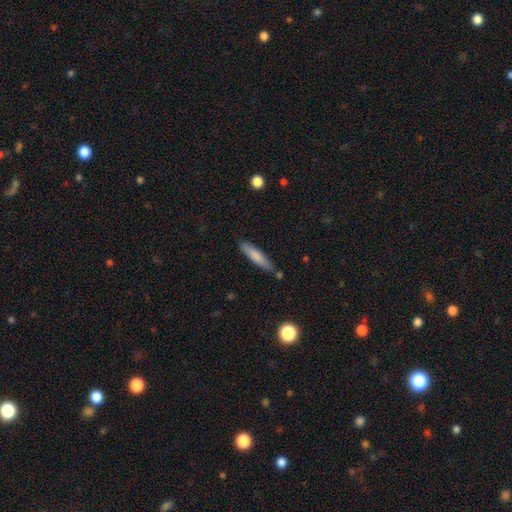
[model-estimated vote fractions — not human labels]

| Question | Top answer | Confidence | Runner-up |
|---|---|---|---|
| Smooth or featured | smooth | 77% | featured or disk (17%) |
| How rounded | cigar-shaped | 83% | in between (16%) |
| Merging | none | 80% | minor disturbance (14%) |